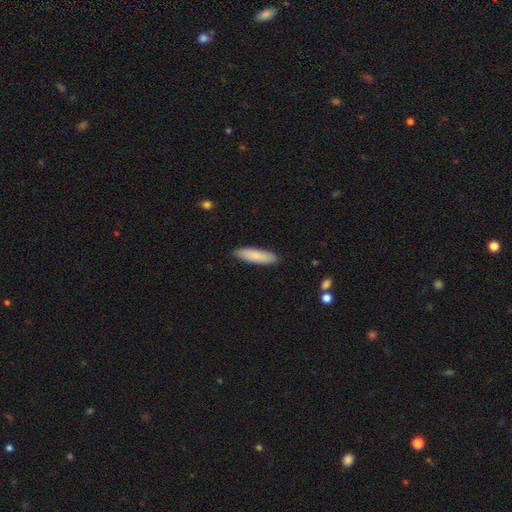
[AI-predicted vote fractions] A smooth galaxy with no disk features (85%) that is cigar-shaped (68%).

Vote fractions:
- Smooth or featured? smooth: 85% / featured or disk: 10% / star or artifact: 5%
- How rounded? cigar-shaped: 68% / in between: 31% / round: 1%
- Merging? none: 90% / minor disturbance: 8% / major disturbance: 2% / merger: 1%